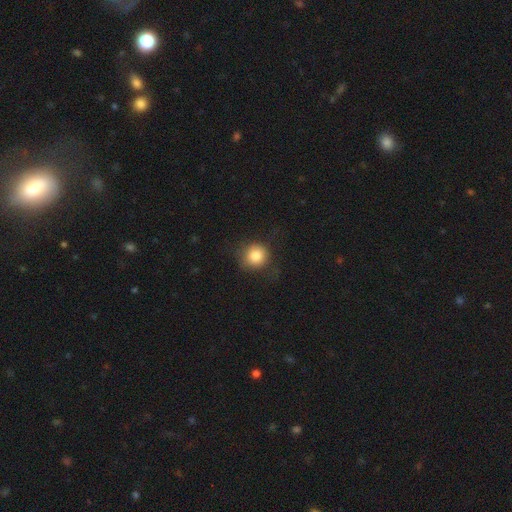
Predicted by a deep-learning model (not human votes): This is clearly a smooth galaxy (83%). How rounded: clearly round (90%). Merging: likely none (72%).